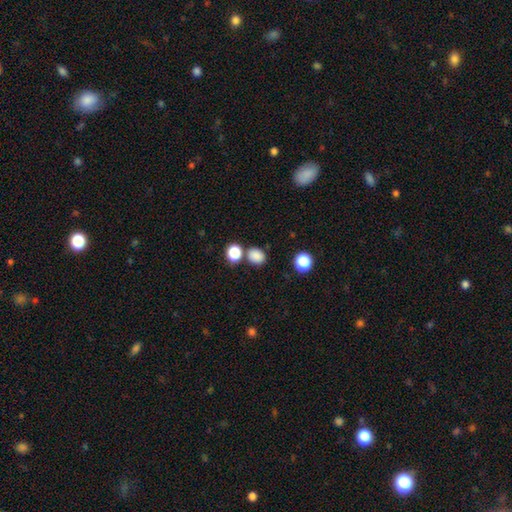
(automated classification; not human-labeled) Q: Smooth or featured?
A: smooth (84%); runner-up: star or artifact (12%)
Q: How rounded?
A: round (58%); runner-up: in between (41%)
Q: Merging?
A: none (72%); runner-up: merger (14%)